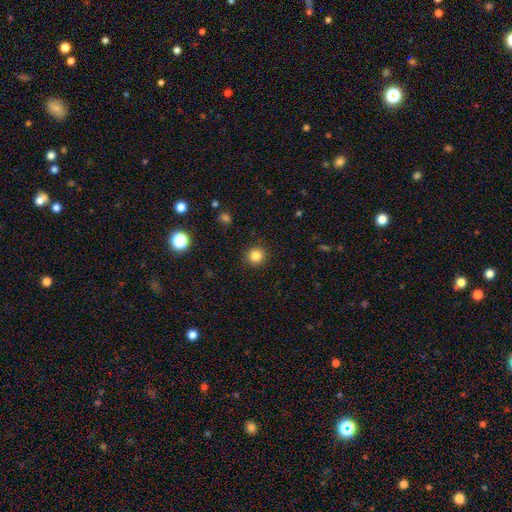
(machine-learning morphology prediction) Smooth or featured? smooth (84%)
How rounded? round (93%)
Merging? none (91%)